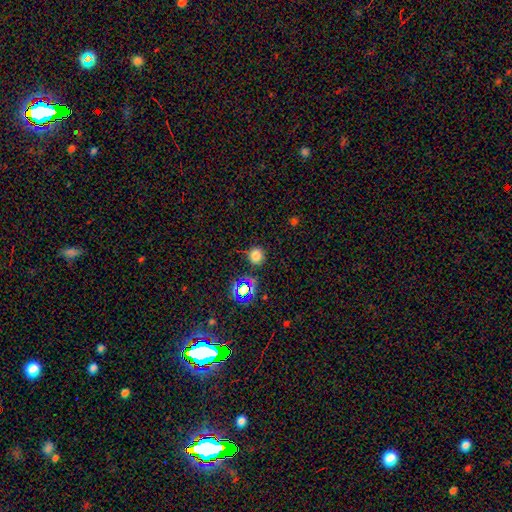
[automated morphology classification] smooth-or-featured: smooth: 75% | star or artifact: 20% | featured or disk: 6%
  how-rounded: round: 87% | in between: 12% | cigar-shaped: 1%
  merging: none: 80% | minor disturbance: 13% | major disturbance: 4% | merger: 3%